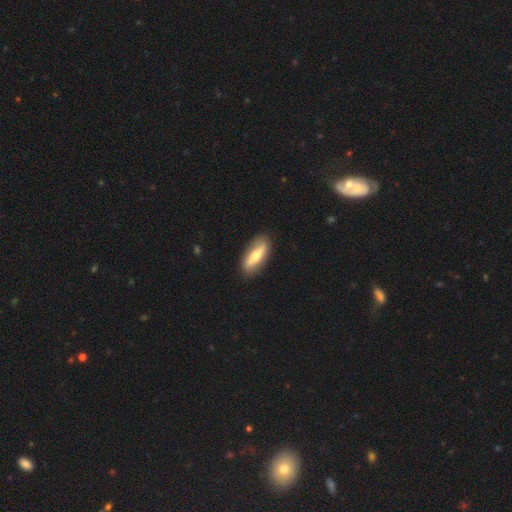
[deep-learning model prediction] Q: Smooth or featured?
A: smooth (62%); runner-up: featured or disk (32%)
Q: How rounded?
A: in between (56%); runner-up: cigar-shaped (41%)
Q: Merging?
A: none (84%); runner-up: minor disturbance (12%)